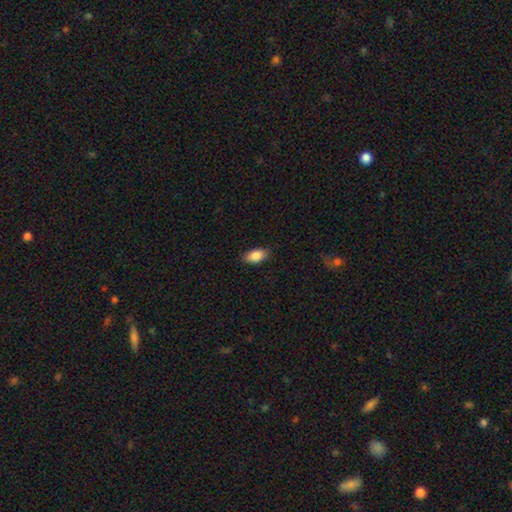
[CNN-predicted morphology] smooth-or-featured: smooth: 87% | star or artifact: 7% | featured or disk: 6%
  how-rounded: in between: 92% | cigar-shaped: 5% | round: 4%
  merging: none: 86% | minor disturbance: 11% | major disturbance: 2% | merger: 1%